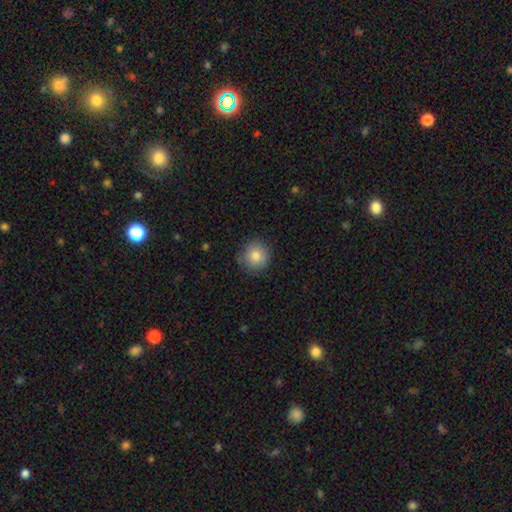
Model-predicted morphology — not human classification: This is clearly a smooth galaxy (81%). How rounded: clearly round (92%). Merging: clearly none (83%).